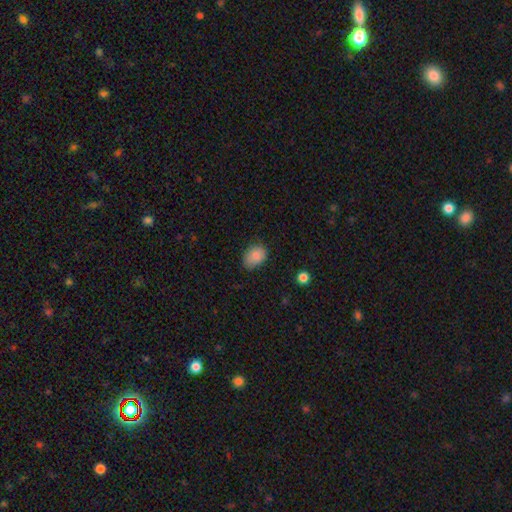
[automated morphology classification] smooth_or_featured: smooth (p=0.84) [alt: star or artifact p=0.08]
how_rounded: in between (p=0.76) [alt: round p=0.23]
merging: none (p=0.70) [alt: minor disturbance p=0.24]